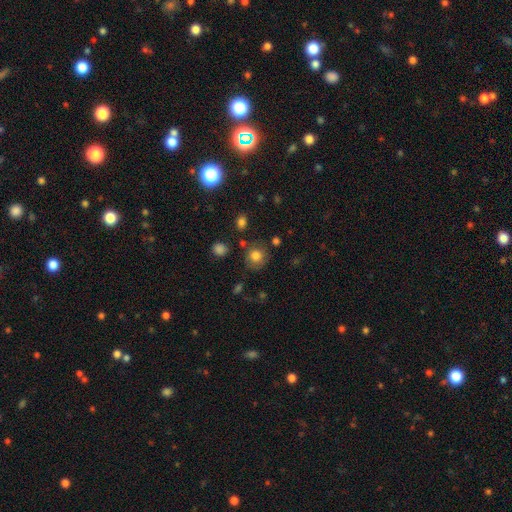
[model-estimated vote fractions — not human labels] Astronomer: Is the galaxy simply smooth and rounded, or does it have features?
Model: smooth — 79%.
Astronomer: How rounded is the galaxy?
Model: round — 84%.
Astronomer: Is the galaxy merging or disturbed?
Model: none — 72%.